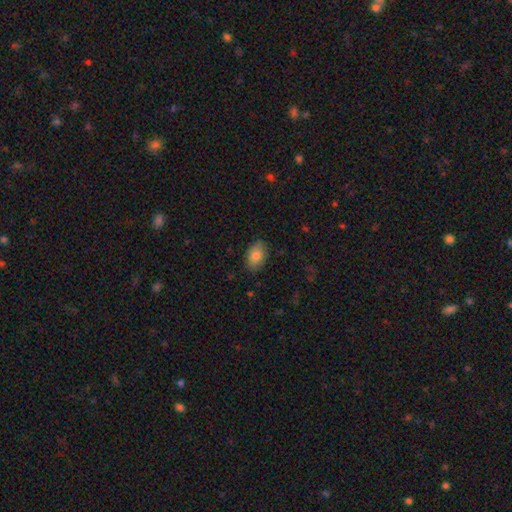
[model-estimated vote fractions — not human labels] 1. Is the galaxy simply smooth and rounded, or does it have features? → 84% smooth, 9% featured or disk, 7% star or artifact.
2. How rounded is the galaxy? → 88% in between, 10% round, 1% cigar-shaped.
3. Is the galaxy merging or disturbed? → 85% none, 12% minor disturbance, 3% major disturbance, 1% merger.